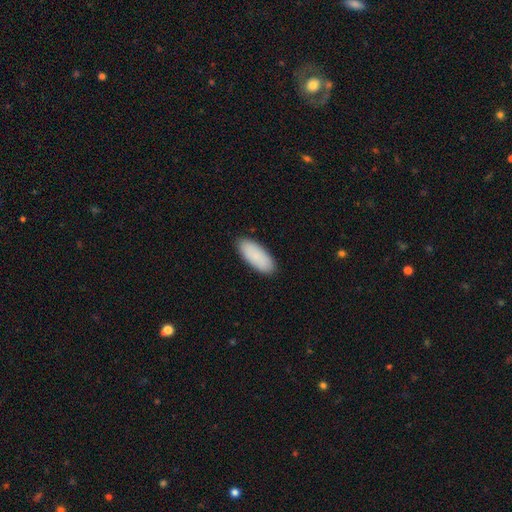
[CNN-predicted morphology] A smooth galaxy with no disk features (88%) that is in between round and cigar-shaped (83%).

Vote fractions:
- Smooth or featured? smooth: 88% / featured or disk: 6% / star or artifact: 5%
- How rounded? in between: 83% / cigar-shaped: 15% / round: 2%
- Merging? none: 88% / minor disturbance: 9% / major disturbance: 2% / merger: 1%